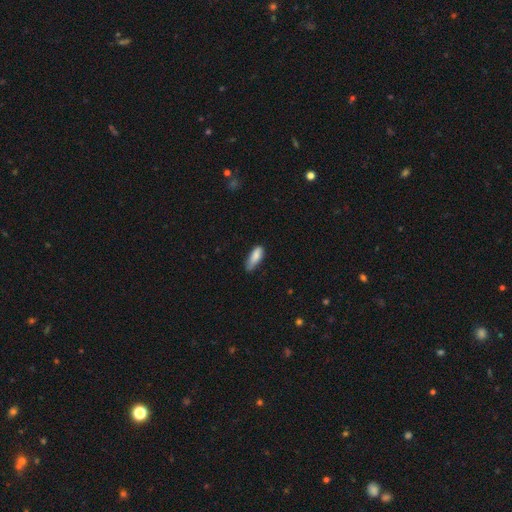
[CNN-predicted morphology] Smooth or featured? smooth (84%)
How rounded? in between (64%)
Merging? none (53%)